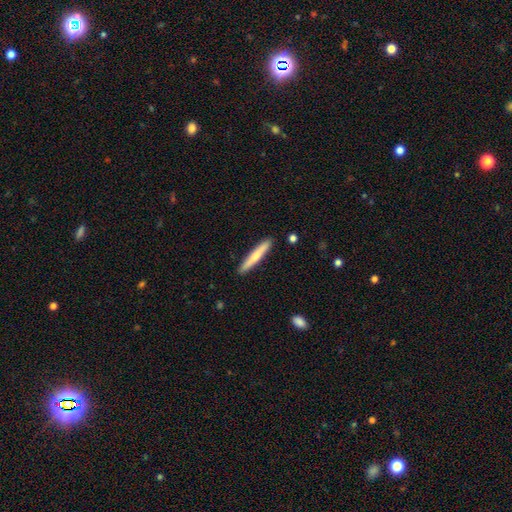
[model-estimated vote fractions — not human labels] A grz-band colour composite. It shows a smooth galaxy with no disk features (64%) that is cigar-shaped (94%). Merging: none (90%).